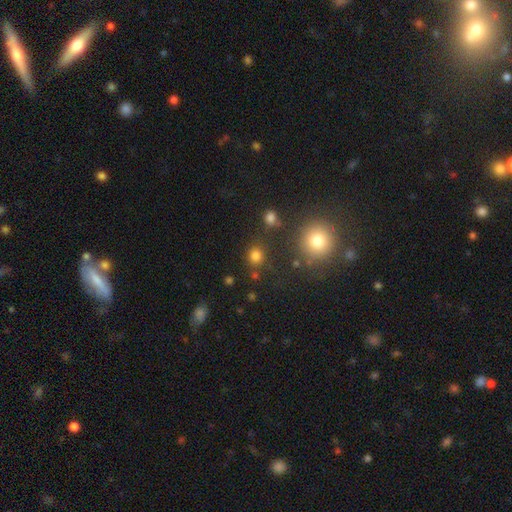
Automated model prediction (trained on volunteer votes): Smooth or featured? Predicted: smooth (p=0.78). How rounded? Predicted: round (p=0.84). Merging? Predicted: none (p=0.81).